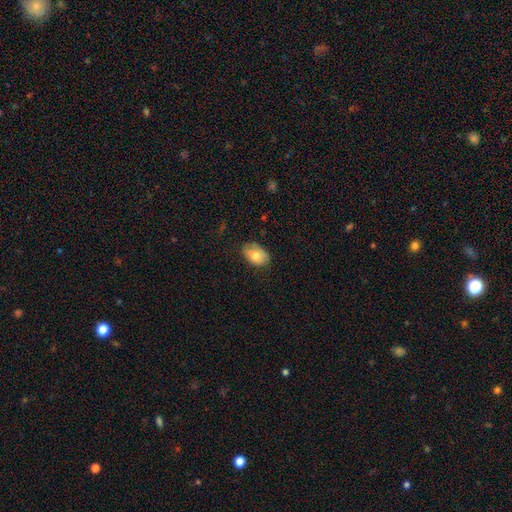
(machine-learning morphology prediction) smooth 77%, featured or disk 16%, star or artifact 8%. Down the decision tree: how rounded — in between (84%); merging — none (70%).